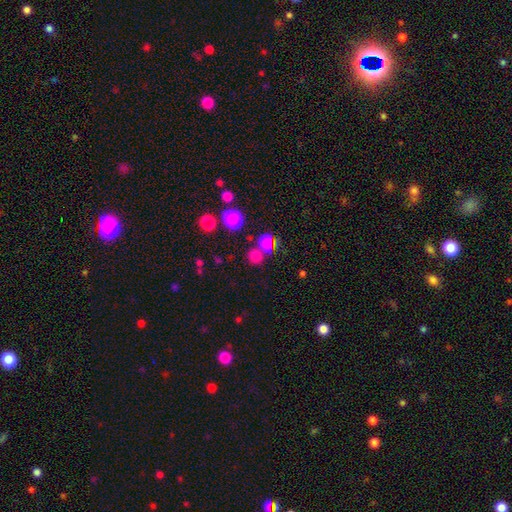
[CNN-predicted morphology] The model was most divided on "merging": none: 69%, merger: 18%, minor disturbance: 9%, major disturbance: 4%. More confident: how rounded — round (81%); smooth or featured — smooth (75%).